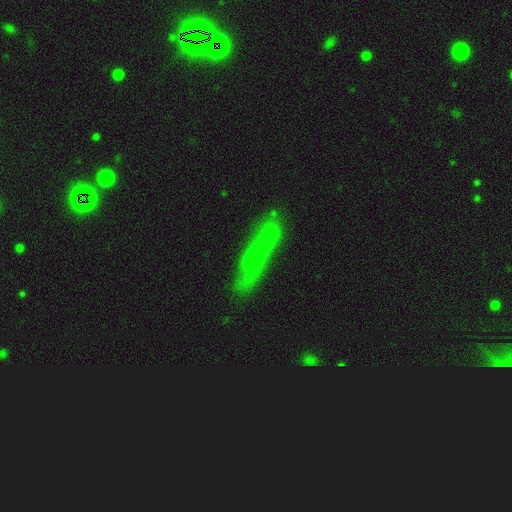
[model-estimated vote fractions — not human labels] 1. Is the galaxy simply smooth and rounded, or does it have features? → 49% smooth, 41% featured or disk, 11% star or artifact.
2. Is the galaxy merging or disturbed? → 70% none, 19% minor disturbance, 7% major disturbance, 3% merger.